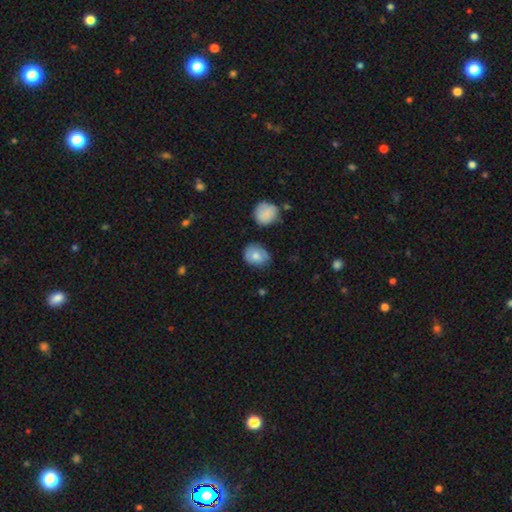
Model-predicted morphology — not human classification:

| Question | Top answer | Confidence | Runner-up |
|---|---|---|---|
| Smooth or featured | smooth | 75% | featured or disk (17%) |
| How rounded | round | 54% | in between (44%) |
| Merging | none | 59% | minor disturbance (31%) |